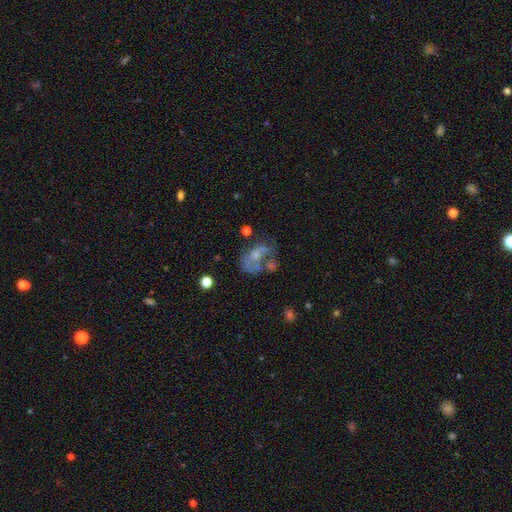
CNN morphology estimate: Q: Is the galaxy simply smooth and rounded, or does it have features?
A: featured or disk — 49%.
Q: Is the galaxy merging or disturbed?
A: major disturbance — 35%.